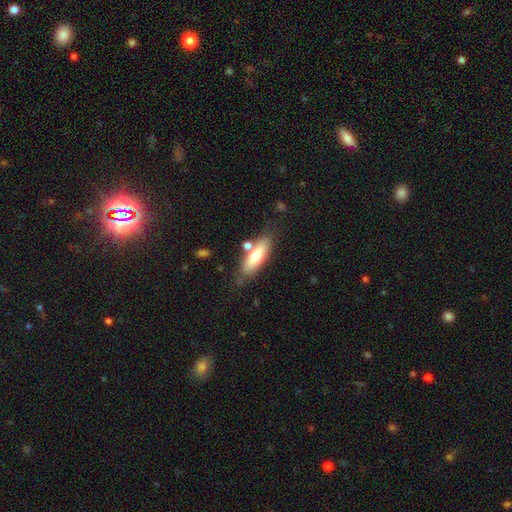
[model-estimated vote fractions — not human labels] smooth-or-featured: smooth: 65% | featured or disk: 28% | star or artifact: 7%
  how-rounded: in between: 54% | cigar-shaped: 44% | round: 2%
  merging: none: 69% | minor disturbance: 15% | merger: 12% | major disturbance: 4%